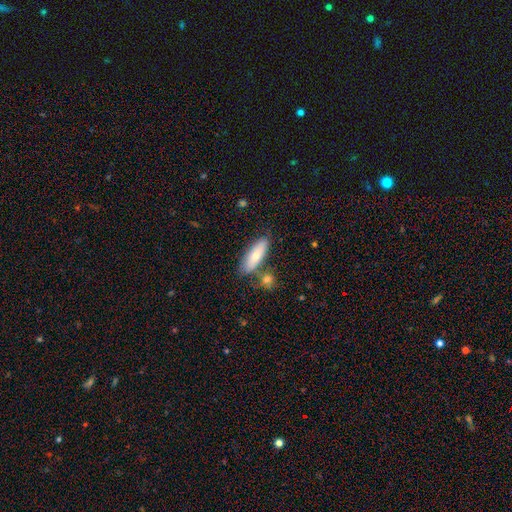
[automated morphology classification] This is likely a smooth galaxy (71%). How rounded: possibly in between (53%). Merging: likely none (71%).